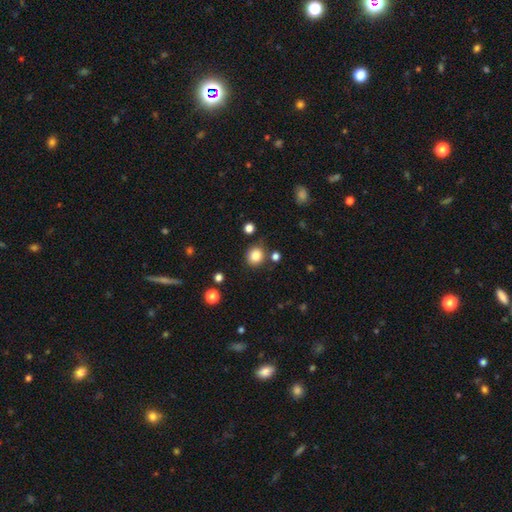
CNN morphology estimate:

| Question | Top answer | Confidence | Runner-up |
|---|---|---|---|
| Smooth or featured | smooth | 85% | star or artifact (11%) |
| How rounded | round | 84% | in between (15%) |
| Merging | none | 81% | minor disturbance (11%) |